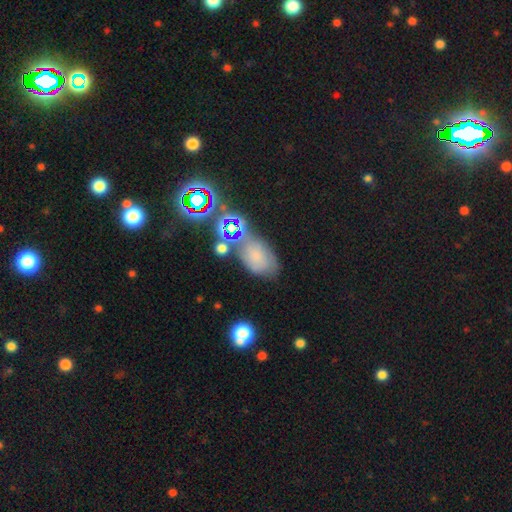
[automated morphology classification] Smooth or featured?
  - smooth: 48% *
  - star or artifact: 26%
  - featured or disk: 26%
Merging?
  - none: 48% *
  - minor disturbance: 24%
  - merger: 15%
  - major disturbance: 13%